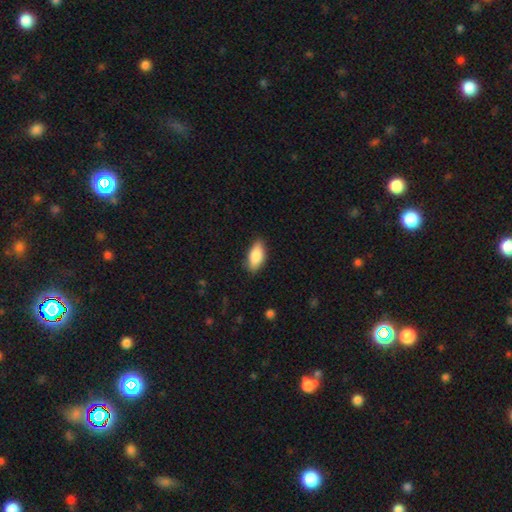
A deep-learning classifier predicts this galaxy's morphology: A smooth galaxy with no disk features (83%) that is in between round and cigar-shaped (88%). Merging: none (84%).